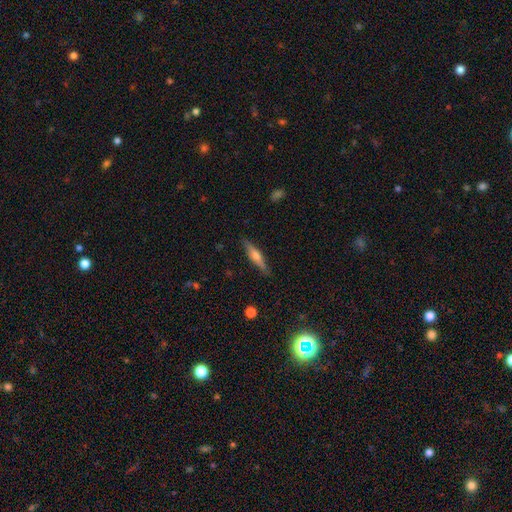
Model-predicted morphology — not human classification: This appears to be a featured or disk galaxy (54%) viewed edge-on (96%) with a rounded central bulge (80%). Merging: none (88%).